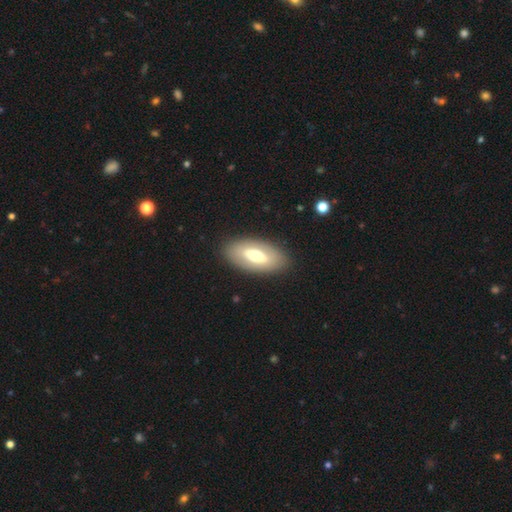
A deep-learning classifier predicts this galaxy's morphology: A smooth galaxy with no disk features (50%) that is in between round and cigar-shaped (91%). Merging: none (87%).